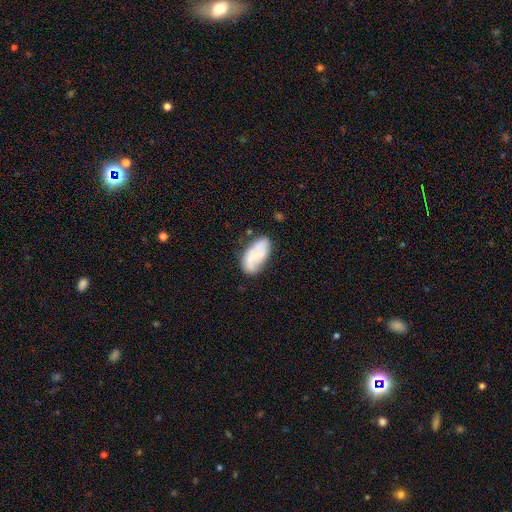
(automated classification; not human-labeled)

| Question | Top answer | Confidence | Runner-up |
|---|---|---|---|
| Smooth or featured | featured or disk | 52% | smooth (41%) |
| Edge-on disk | no | 95% | yes (5%) |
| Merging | none | 64% | minor disturbance (25%) |